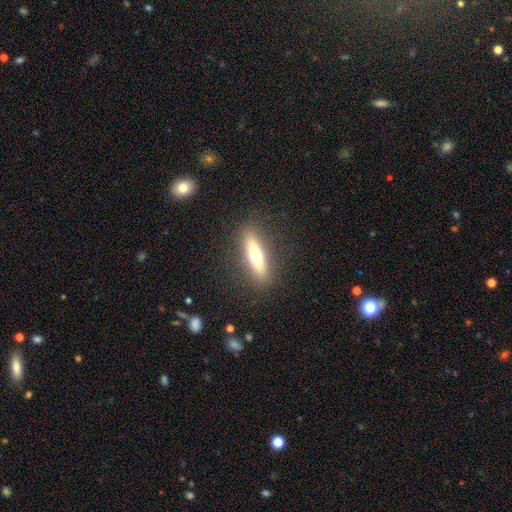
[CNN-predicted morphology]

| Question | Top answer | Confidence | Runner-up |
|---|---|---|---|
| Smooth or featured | smooth | 50% | featured or disk (43%) |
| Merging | none | 88% | minor disturbance (8%) |